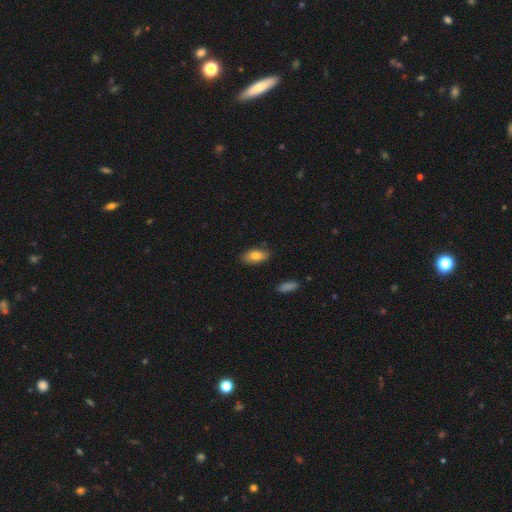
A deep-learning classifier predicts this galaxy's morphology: smooth 77%, featured or disk 16%, star or artifact 7%. Down the decision tree: how rounded — in between (89%); merging — none (81%).